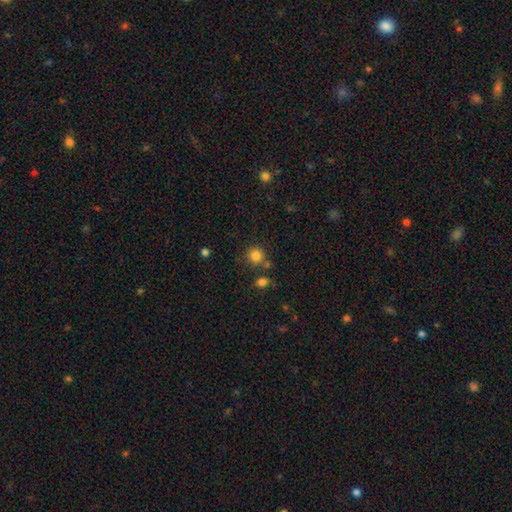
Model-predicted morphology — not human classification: smooth 83%, star or artifact 12%, featured or disk 5%. Down the decision tree: how rounded — round (87%); merging — none (71%).